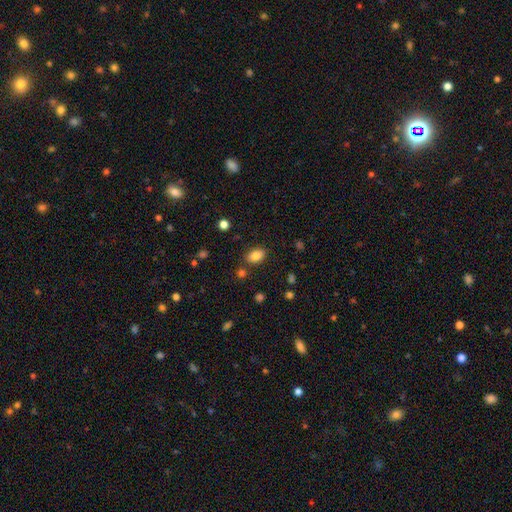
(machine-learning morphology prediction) The model was most divided on "merging": none: 82%, minor disturbance: 11%, merger: 4%, major disturbance: 3%. More confident: how rounded — in between (86%); smooth or featured — smooth (84%).